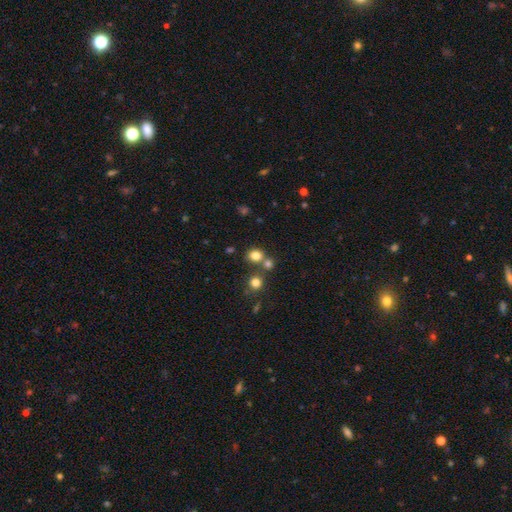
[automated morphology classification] Smooth or featured? smooth (78%)
How rounded? round (72%)
Merging? none (62%)